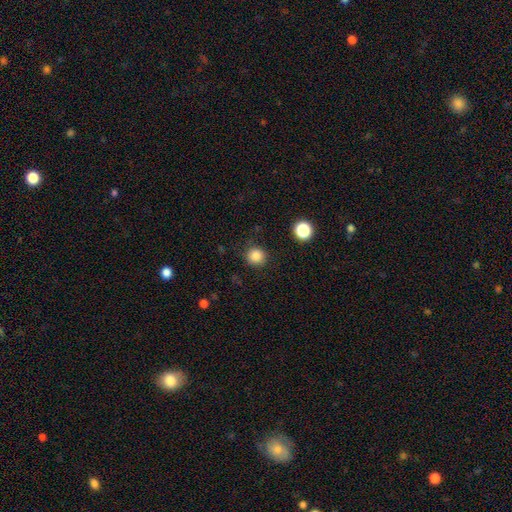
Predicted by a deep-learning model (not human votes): This is clearly a smooth galaxy (85%). How rounded: clearly round (92%). Merging: clearly none (87%).